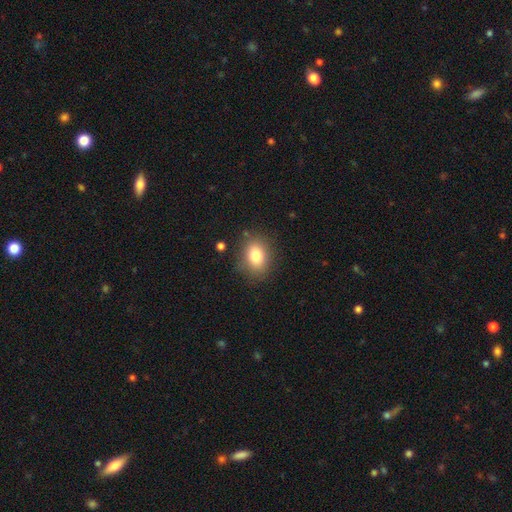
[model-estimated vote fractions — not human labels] Overall: smooth (81%). How rounded: in between (63%; round 35%). Merging: none (83%).